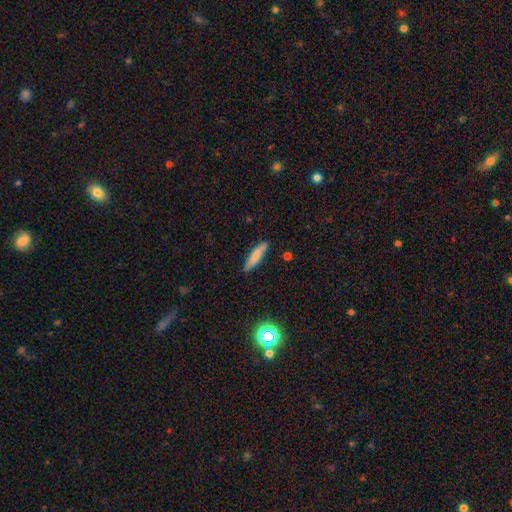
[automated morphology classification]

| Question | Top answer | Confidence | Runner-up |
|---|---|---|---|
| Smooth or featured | smooth | 75% | featured or disk (18%) |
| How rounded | cigar-shaped | 79% | in between (19%) |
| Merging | none | 85% | minor disturbance (12%) |